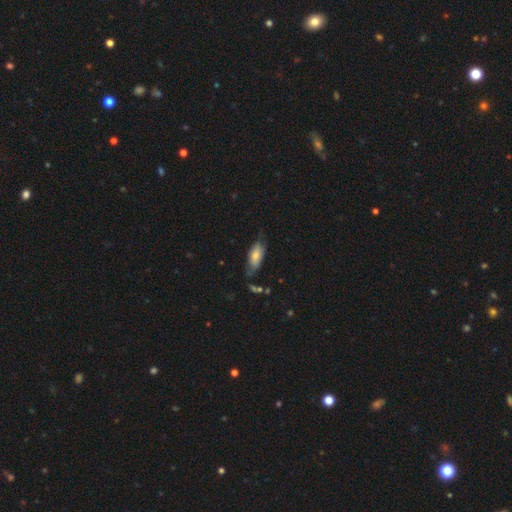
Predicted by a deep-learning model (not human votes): Smooth or featured?
  - smooth: 67% *
  - featured or disk: 27%
  - star or artifact: 7%
How rounded?
  - in between: 82% *
  - cigar-shaped: 16%
  - round: 2%
Merging?
  - none: 55% *
  - minor disturbance: 31%
  - major disturbance: 10%
  - merger: 3%